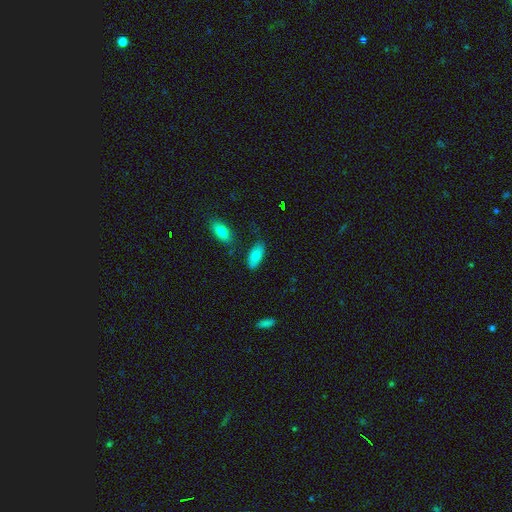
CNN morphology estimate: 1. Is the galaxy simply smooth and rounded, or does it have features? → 78% smooth, 15% featured or disk, 7% star or artifact.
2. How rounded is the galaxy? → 87% in between, 10% cigar-shaped, 2% round.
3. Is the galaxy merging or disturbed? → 77% none, 15% minor disturbance, 4% merger, 3% major disturbance.